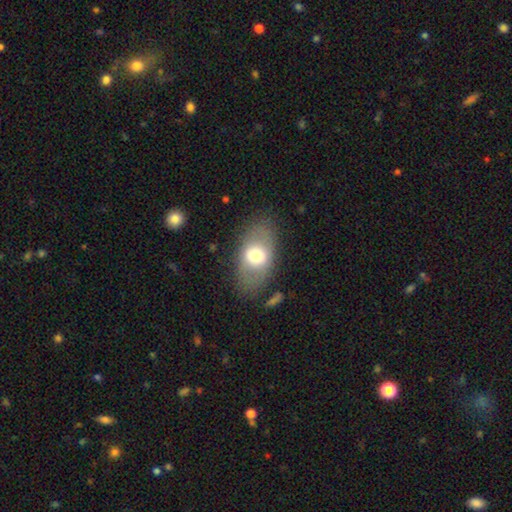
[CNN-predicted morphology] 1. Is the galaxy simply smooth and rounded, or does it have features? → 61% smooth, 31% featured or disk, 7% star or artifact.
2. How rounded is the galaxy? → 88% in between, 10% round, 2% cigar-shaped.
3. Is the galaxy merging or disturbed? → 77% none, 14% minor disturbance, 7% major disturbance, 2% merger.